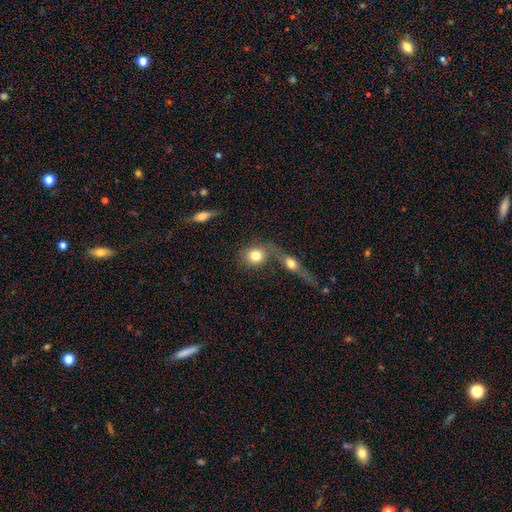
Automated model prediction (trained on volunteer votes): This is likely a smooth galaxy (79%). How rounded: likely round (68%). Merging: marginally none (43%).